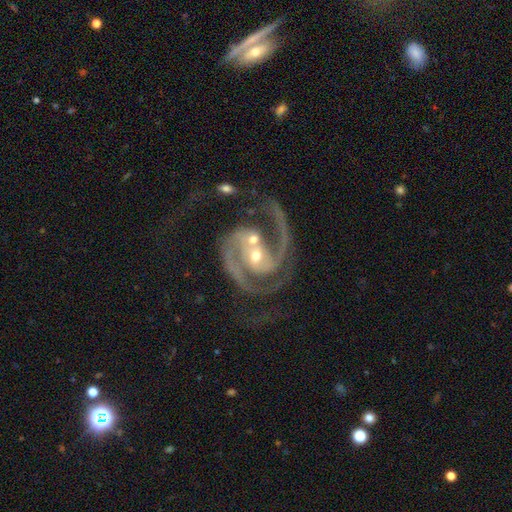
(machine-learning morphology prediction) featured or disk 92%, star or artifact 5%, smooth 3%. Down the decision tree: edge-on disk — no (98%); bar — no (50%); spiral arms — yes (98%); spiral arm count — 2 (87%); spiral winding — medium (58%); bulge size — small (48%); merging — none (48%).